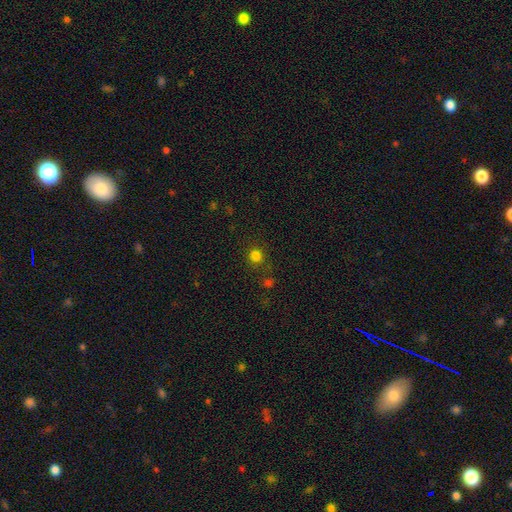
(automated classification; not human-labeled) Smooth or featured? Predicted: smooth (p=0.79). How rounded? Predicted: round (p=0.92). Merging? Predicted: none (p=0.83).